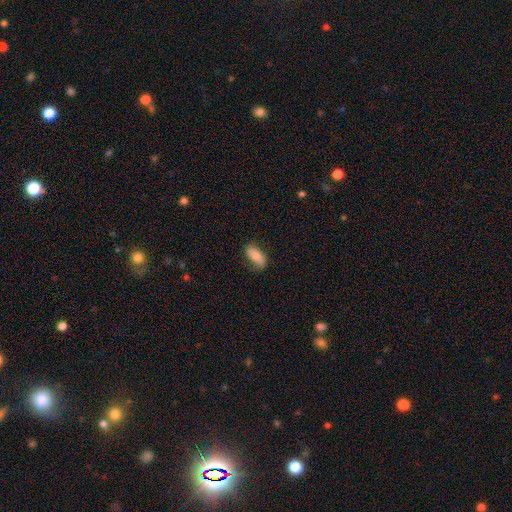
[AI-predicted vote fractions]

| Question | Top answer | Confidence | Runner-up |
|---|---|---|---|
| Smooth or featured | smooth | 75% | featured or disk (19%) |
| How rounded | in between | 76% | cigar-shaped (21%) |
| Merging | none | 73% | minor disturbance (20%) |